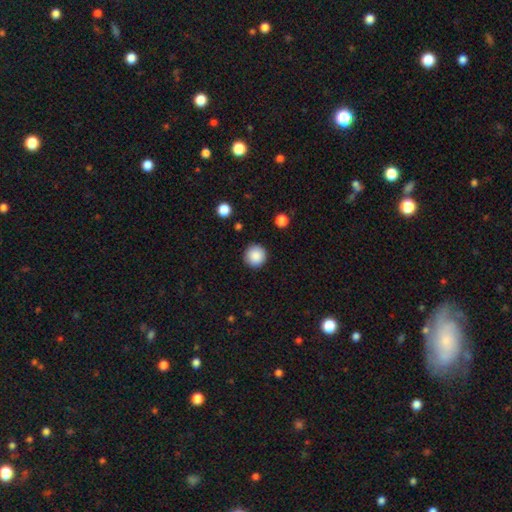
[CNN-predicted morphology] type=smooth (88%); roundness=round (96%); merging=none (91%).